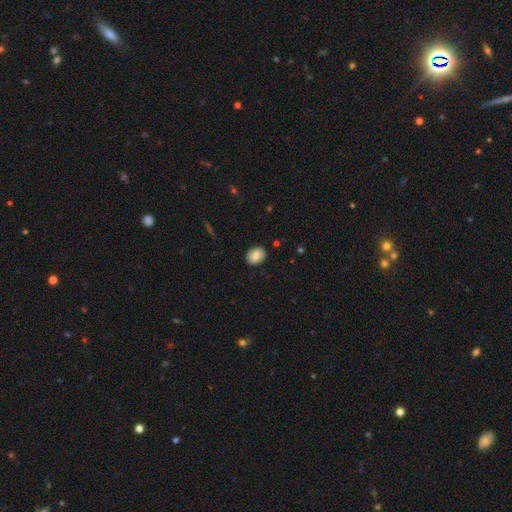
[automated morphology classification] Overall: smooth (71%). How rounded: in between (69%). Merging: none (85%).